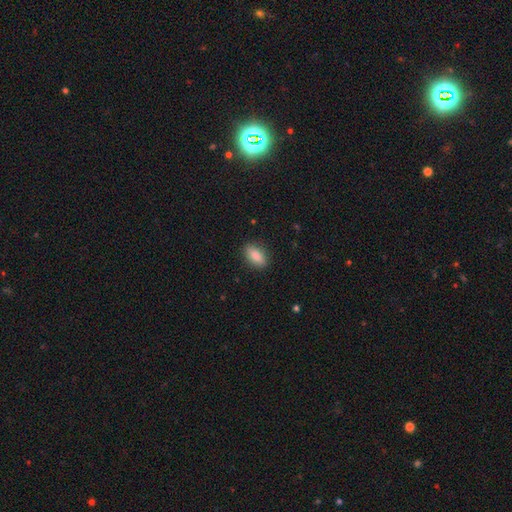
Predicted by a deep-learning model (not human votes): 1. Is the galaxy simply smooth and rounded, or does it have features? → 86% smooth, 7% featured or disk, 7% star or artifact.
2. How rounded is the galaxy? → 84% in between, 12% cigar-shaped, 4% round.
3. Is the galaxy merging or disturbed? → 87% none, 9% minor disturbance, 2% major disturbance, 1% merger.